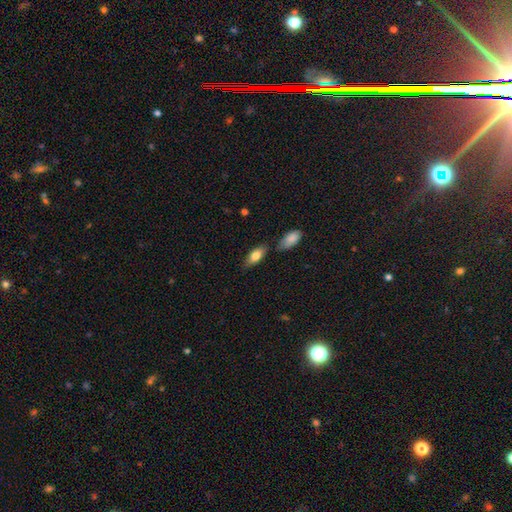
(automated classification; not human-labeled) Smooth or featured? Predicted: smooth (p=0.76). How rounded? Predicted: in between (p=0.80). Merging? Predicted: none (p=0.72).